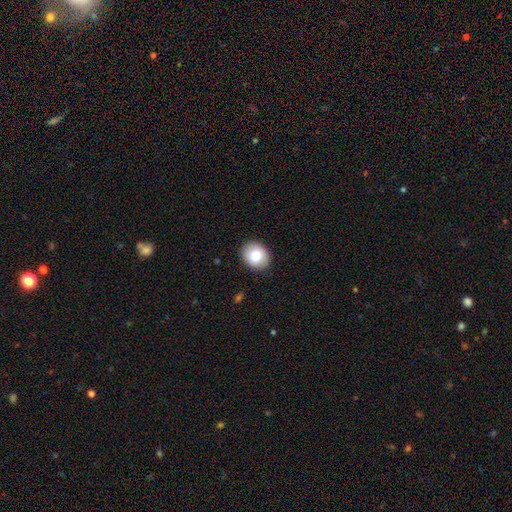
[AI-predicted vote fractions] Smooth or featured? smooth (82%)
How rounded? round (55%)
Merging? none (89%)